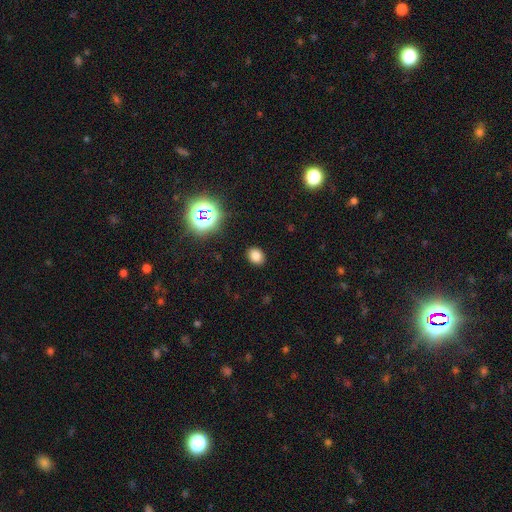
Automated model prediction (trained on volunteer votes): smooth 77%, star or artifact 17%, featured or disk 6%. Down the decision tree: how rounded — in between (54%); merging — none (89%).